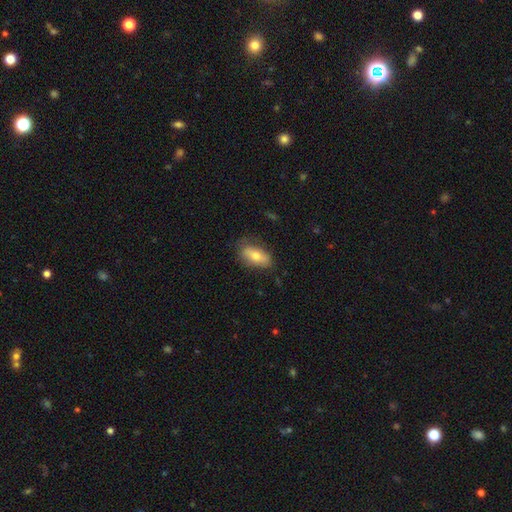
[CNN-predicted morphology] smooth-or-featured: smooth: 70% | featured or disk: 23% | star or artifact: 7%
  how-rounded: in between: 85% | cigar-shaped: 10% | round: 4%
  merging: none: 73% | minor disturbance: 21% | major disturbance: 5% | merger: 1%